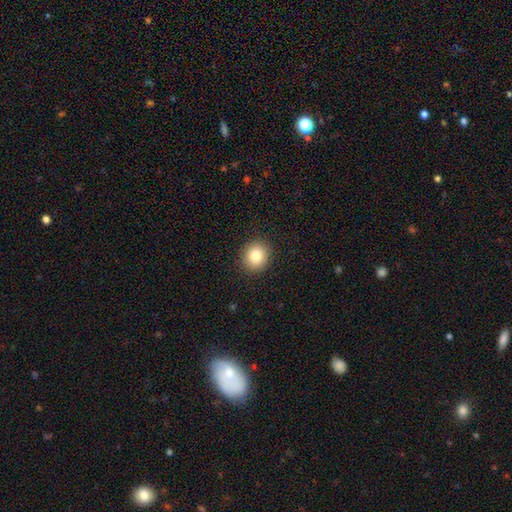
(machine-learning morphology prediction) Smooth or featured? smooth (85%)
How rounded? round (81%)
Merging? none (90%)